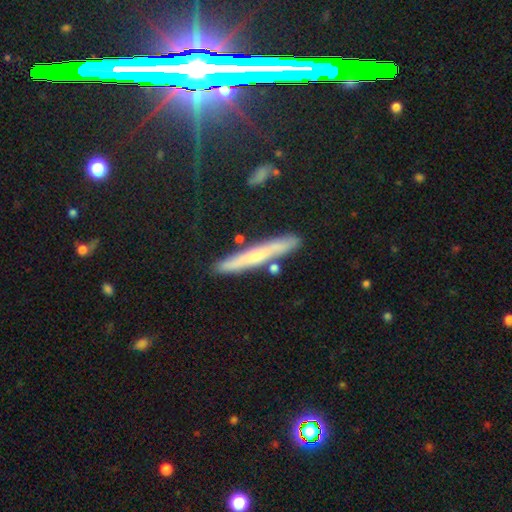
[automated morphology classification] A smooth galaxy with no disk features (50%).

Vote fractions:
- Smooth or featured? smooth: 50% / featured or disk: 42% / star or artifact: 8%
- Merging? none: 82% / minor disturbance: 11% / merger: 5% / major disturbance: 2%